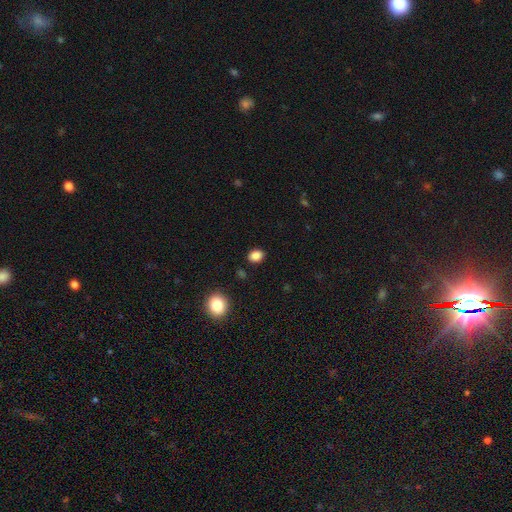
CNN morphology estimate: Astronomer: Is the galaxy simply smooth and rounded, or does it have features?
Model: smooth — 85%.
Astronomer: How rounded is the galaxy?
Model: in between — 52% (runner-up: round, 47%).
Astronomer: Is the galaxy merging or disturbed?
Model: none — 87%.